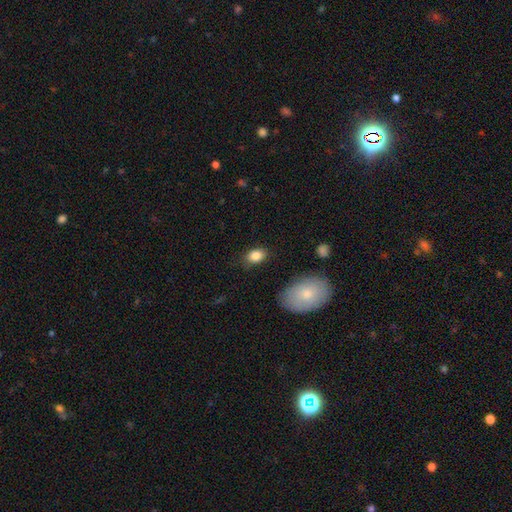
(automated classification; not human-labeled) The model was most divided on "how rounded": in between: 82%, round: 17%, cigar-shaped: 2%. More confident: smooth or featured — smooth (85%); merging — none (83%).